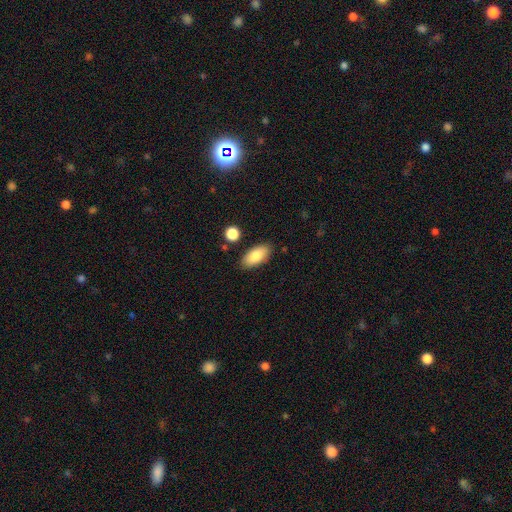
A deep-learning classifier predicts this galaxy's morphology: Overall: smooth (83%). How rounded: in between (91%). Merging: none (85%).